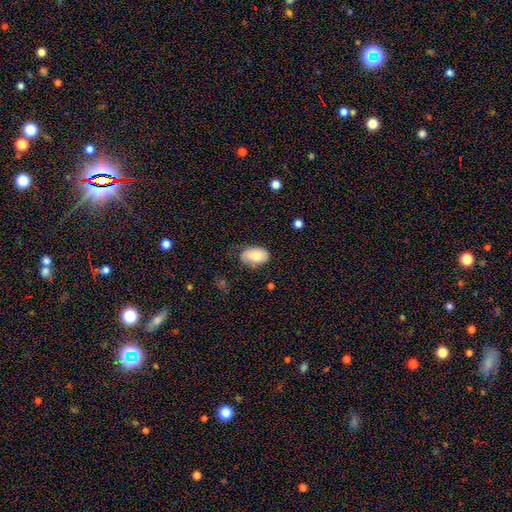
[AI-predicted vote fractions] Morphology: type=smooth (80%); roundness=in between (91%); merging=none (58%).